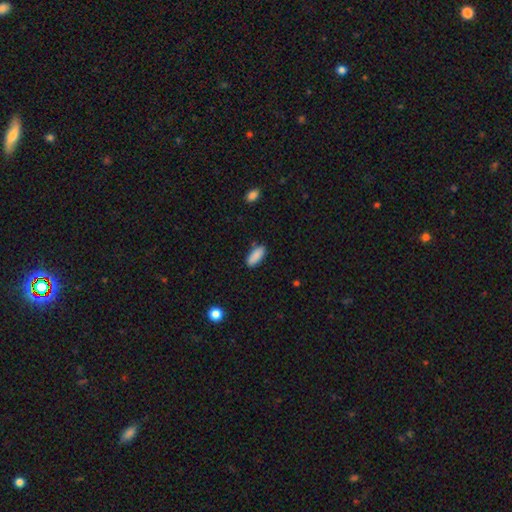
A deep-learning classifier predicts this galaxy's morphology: Smooth or featured?
  - smooth: 89% *
  - star or artifact: 7%
  - featured or disk: 5%
How rounded?
  - in between: 82% *
  - cigar-shaped: 16%
  - round: 2%
Merging?
  - none: 83% *
  - minor disturbance: 12%
  - major disturbance: 2%
  - merger: 2%